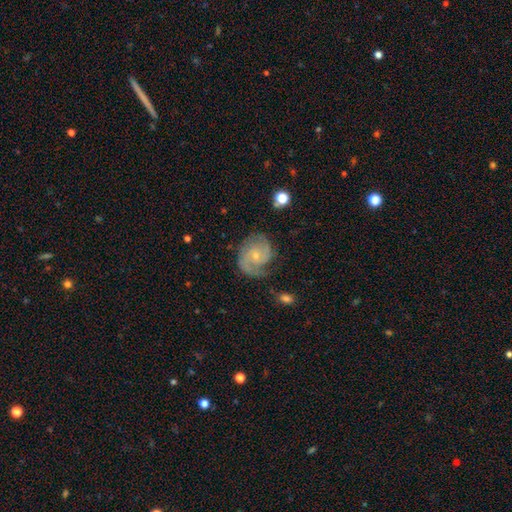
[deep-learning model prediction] Q: Smooth or featured?
A: featured or disk (83%); runner-up: smooth (11%)
Q: Edge-on disk?
A: no (98%); runner-up: yes (2%)
Q: Bar?
A: no (69%); runner-up: weak (26%)
Q: Spiral arms?
A: yes (96%); runner-up: no (4%)
Q: Spiral winding?
A: tight (44%); runner-up: medium (43%)
Q: Spiral arm count?
A: 2 (69%); runner-up: can't tell (11%)
Q: Bulge size?
A: small (73%); runner-up: moderate (22%)
Q: Merging?
A: none (69%); runner-up: minor disturbance (20%)